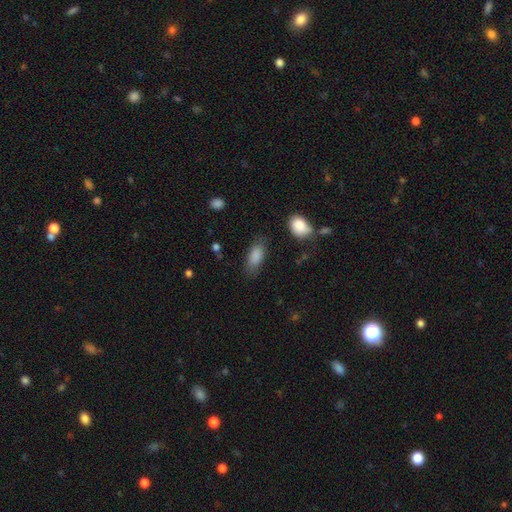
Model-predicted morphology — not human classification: smooth 86%, star or artifact 7%, featured or disk 6%. Down the decision tree: how rounded — in between (86%); merging — none (74%).